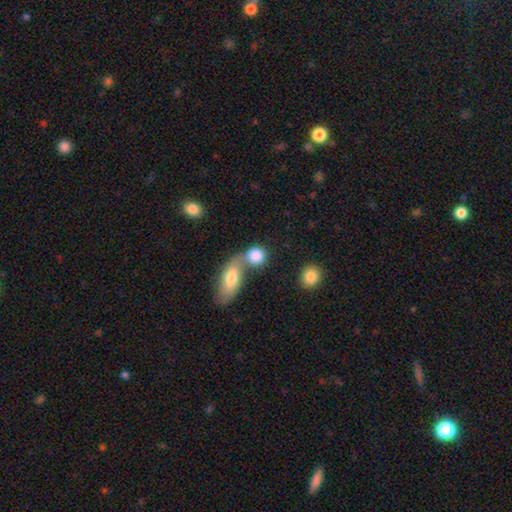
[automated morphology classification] Q: Smooth or featured?
A: smooth (83%); runner-up: featured or disk (10%)
Q: How rounded?
A: round (66%); runner-up: in between (31%)
Q: Merging?
A: merger (54%); runner-up: none (32%)